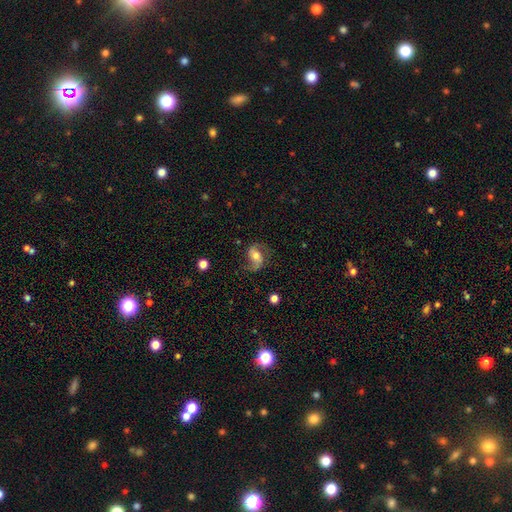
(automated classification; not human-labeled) Smooth or featured: featured or disk — 72% (smooth — 20%)
Edge-on disk: no — 96% (yes — 4%)
Bar: no — 44% (weak — 37%)
Spiral arms: yes — 92% (no — 8%)
Spiral winding: loose — 55% (medium — 35%)
Spiral arm count: 2 — 86% (1 — 7%)
Bulge size: moderate — 65% (small — 23%)
Merging: none — 69% (minor disturbance — 19%)